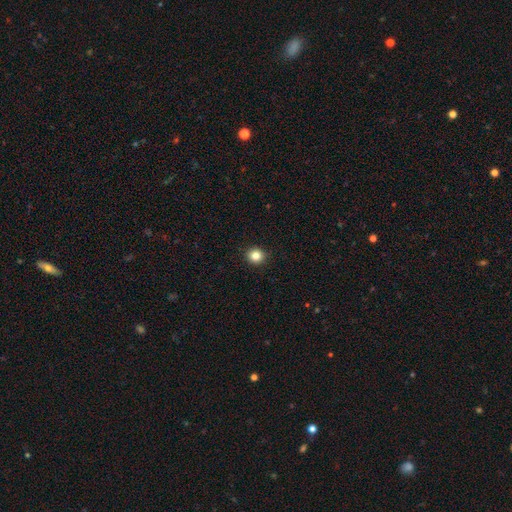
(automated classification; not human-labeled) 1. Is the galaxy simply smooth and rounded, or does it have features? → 84% smooth, 11% star or artifact, 5% featured or disk.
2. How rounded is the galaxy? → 87% round, 12% in between, 1% cigar-shaped.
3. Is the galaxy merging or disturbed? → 93% none, 5% minor disturbance, 2% major disturbance, 1% merger.